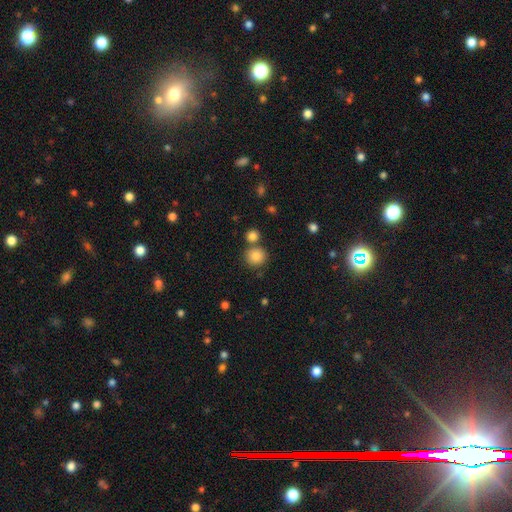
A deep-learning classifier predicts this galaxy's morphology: Smooth or featured? smooth (84%)
How rounded? round (89%)
Merging? none (71%)